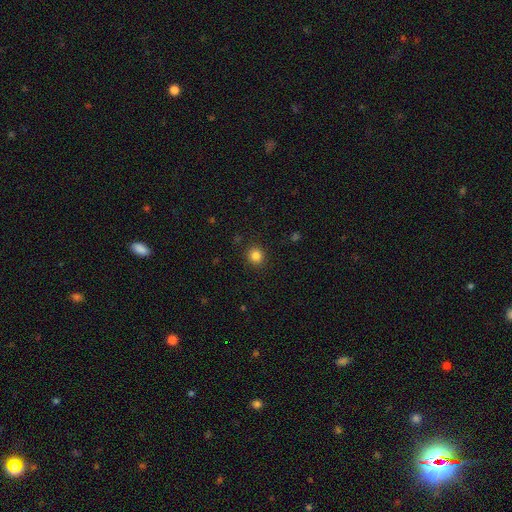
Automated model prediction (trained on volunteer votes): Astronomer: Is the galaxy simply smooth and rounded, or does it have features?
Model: smooth — 84%.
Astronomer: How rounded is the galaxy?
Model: round — 91%.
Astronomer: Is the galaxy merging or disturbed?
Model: none — 91%.